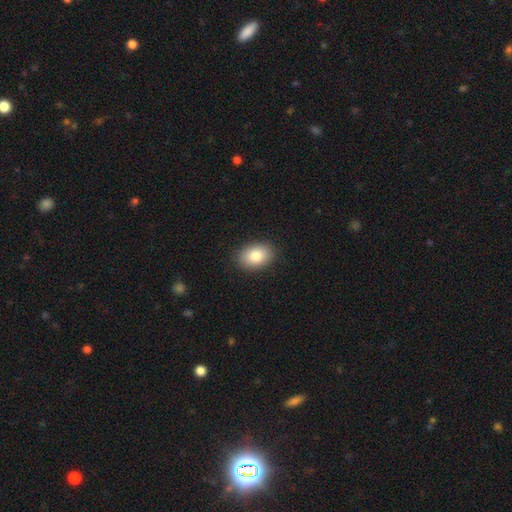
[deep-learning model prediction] The model was most divided on "how rounded": in between: 81%, round: 18%, cigar-shaped: 1%. More confident: merging — none (88%); smooth or featured — smooth (84%).